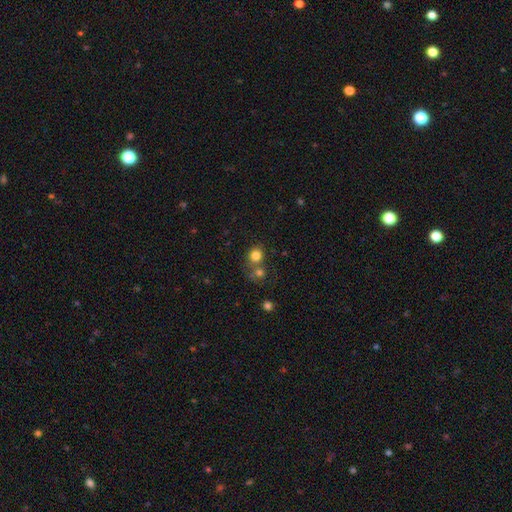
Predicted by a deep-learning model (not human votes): Smooth or featured: smooth — 79% (star or artifact — 13%)
How rounded: round — 80% (in between — 19%)
Merging: none — 55% (merger — 32%)